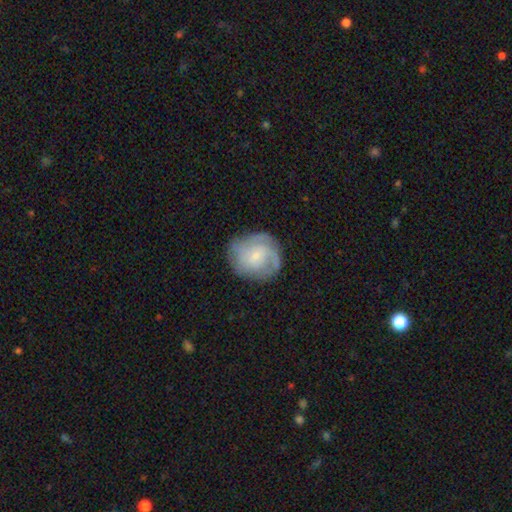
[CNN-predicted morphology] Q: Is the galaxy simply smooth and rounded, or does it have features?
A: featured or disk — 59%.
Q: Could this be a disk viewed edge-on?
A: no — 98%.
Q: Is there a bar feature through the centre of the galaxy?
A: no — 67%.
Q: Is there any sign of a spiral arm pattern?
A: yes — 83%.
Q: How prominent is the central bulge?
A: small — 71%.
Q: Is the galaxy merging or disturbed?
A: none — 70%.